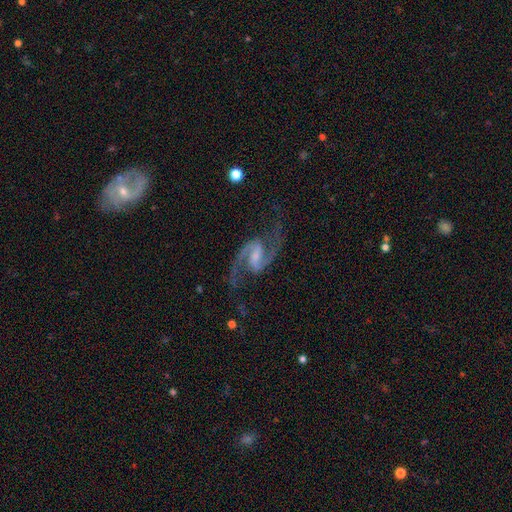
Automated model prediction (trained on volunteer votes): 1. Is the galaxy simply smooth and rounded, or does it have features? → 93% featured or disk, 4% star or artifact, 3% smooth.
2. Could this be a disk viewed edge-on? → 98% no, 2% yes.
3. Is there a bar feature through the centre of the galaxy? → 53% weak, 28% strong, 19% no.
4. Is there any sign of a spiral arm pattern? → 98% yes, 2% no.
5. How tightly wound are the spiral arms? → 52% medium, 40% loose, 8% tight.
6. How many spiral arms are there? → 95% 2, 1% can't tell, 1% 3, 1% 1, 1% 4, 1% more than 4.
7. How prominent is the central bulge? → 43% small, 33% moderate, 19% none, 5% large, 1% dominant.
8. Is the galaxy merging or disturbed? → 76% none, 13% minor disturbance, 9% major disturbance, 2% merger.